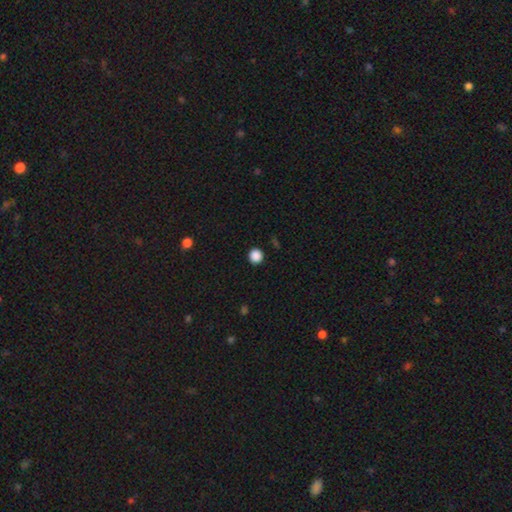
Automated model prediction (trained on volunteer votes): This is clearly a smooth galaxy (88%). How rounded: clearly round (91%). Merging: clearly none (92%).